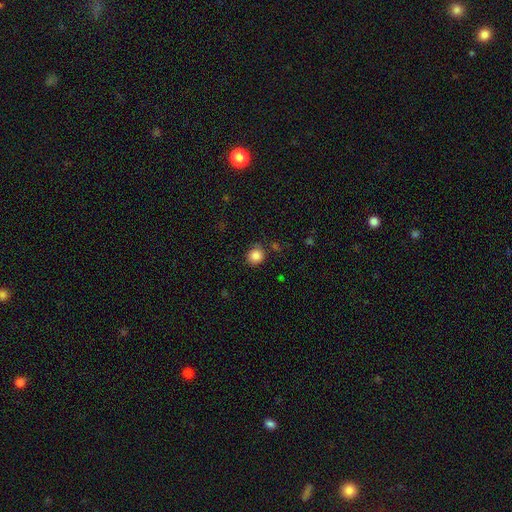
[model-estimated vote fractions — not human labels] Morphology: type=smooth (86%); roundness=round (87%); merging=none (82%).